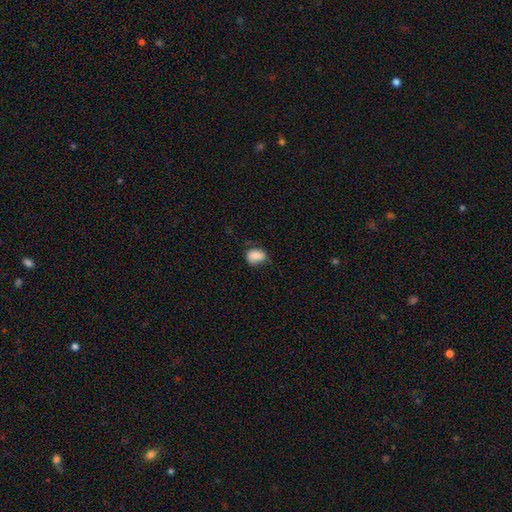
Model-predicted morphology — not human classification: Q: Smooth or featured?
A: smooth (82%); runner-up: featured or disk (9%)
Q: How rounded?
A: in between (63%); runner-up: round (36%)
Q: Merging?
A: none (63%); runner-up: minor disturbance (28%)